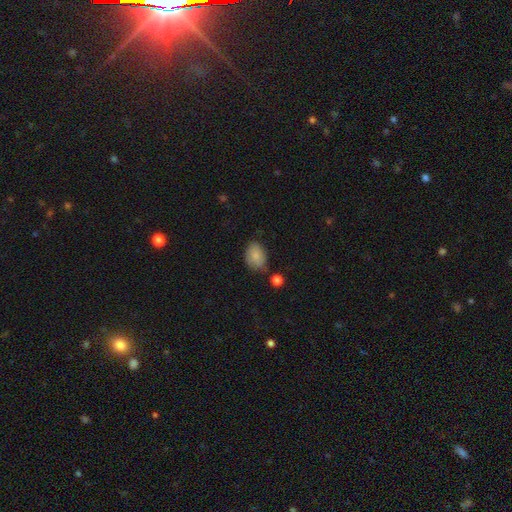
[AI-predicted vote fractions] smooth_or_featured: smooth (p=0.84) [alt: featured or disk p=0.08]
how_rounded: in between (p=0.79) [alt: round p=0.20]
merging: none (p=0.66) [alt: minor disturbance p=0.24]